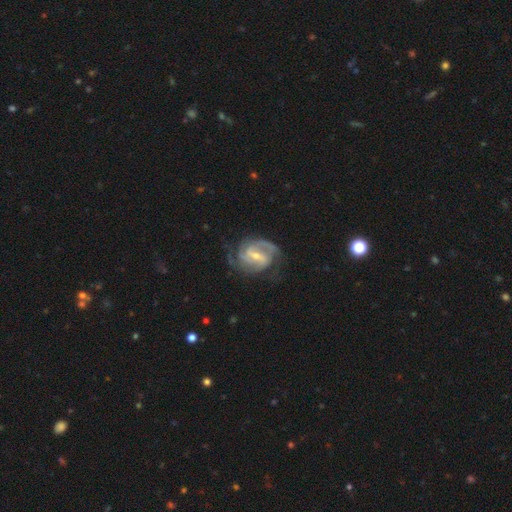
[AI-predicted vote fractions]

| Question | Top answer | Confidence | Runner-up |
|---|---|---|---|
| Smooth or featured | featured or disk | 89% | smooth (6%) |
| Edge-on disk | no | 98% | yes (2%) |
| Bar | weak | 45% | strong (43%) |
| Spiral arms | yes | 97% | no (3%) |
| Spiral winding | medium | 49% | tight (37%) |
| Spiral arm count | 2 | 60% | 3 (18%) |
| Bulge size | small | 53% | moderate (42%) |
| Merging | none | 67% | minor disturbance (20%) |